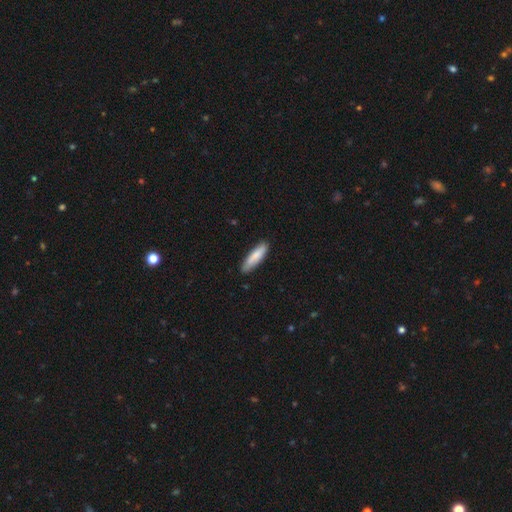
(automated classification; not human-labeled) Smooth or featured?
  - smooth: 81% *
  - featured or disk: 14%
  - star or artifact: 5%
How rounded?
  - cigar-shaped: 69% *
  - in between: 30%
  - round: 1%
Merging?
  - none: 84% *
  - minor disturbance: 13%
  - major disturbance: 2%
  - merger: 1%